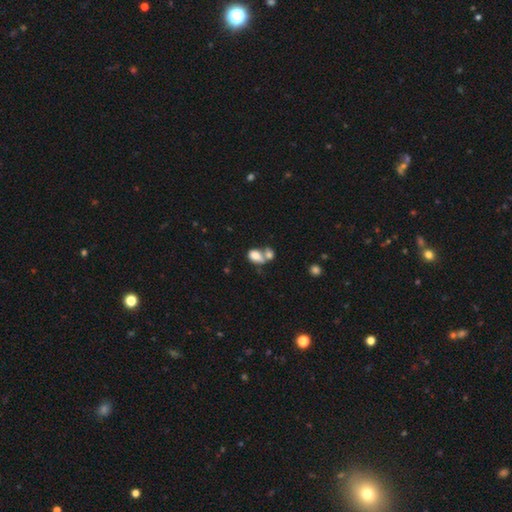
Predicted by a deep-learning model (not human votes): A smooth galaxy with no disk features (78%) that is in between round and cigar-shaped (84%). Merging: merger (59%).